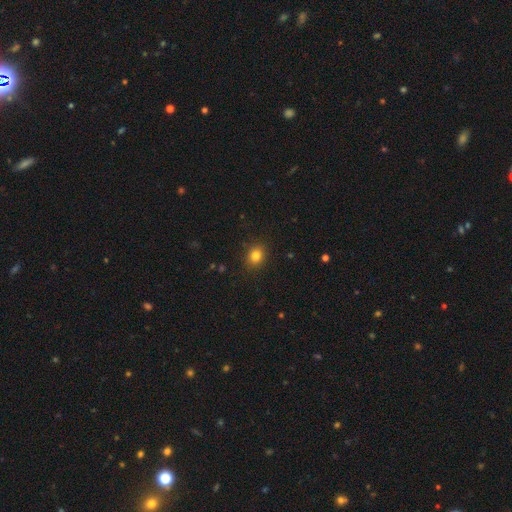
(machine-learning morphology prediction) Smooth or featured? smooth (83%)
How rounded? round (67%)
Merging? none (89%)